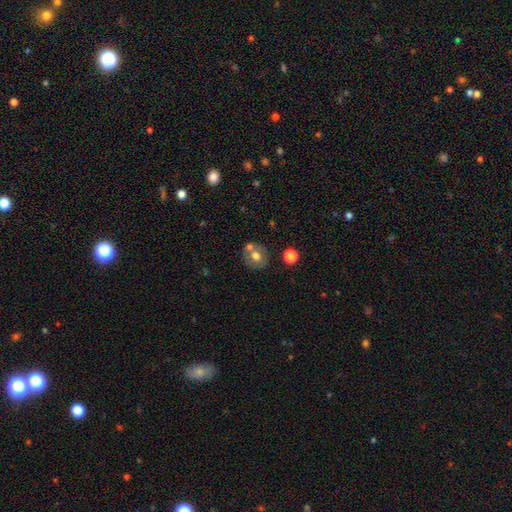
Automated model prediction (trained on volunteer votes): This appears to be a smooth galaxy with no disk features (64%) that is round (78%). Merging: none (62%).